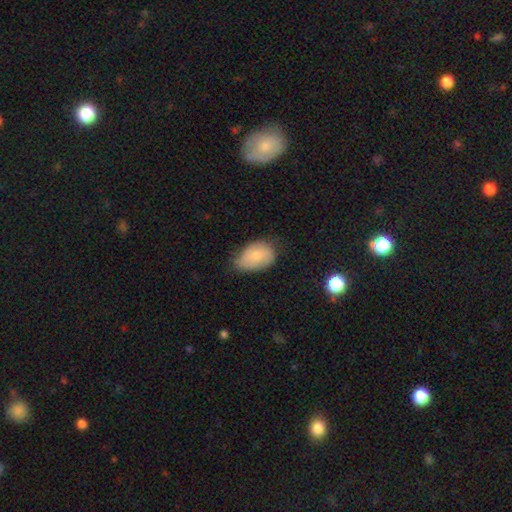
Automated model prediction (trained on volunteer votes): Morphology: type=smooth (71%); roundness=in between (87%); merging=none (50%).